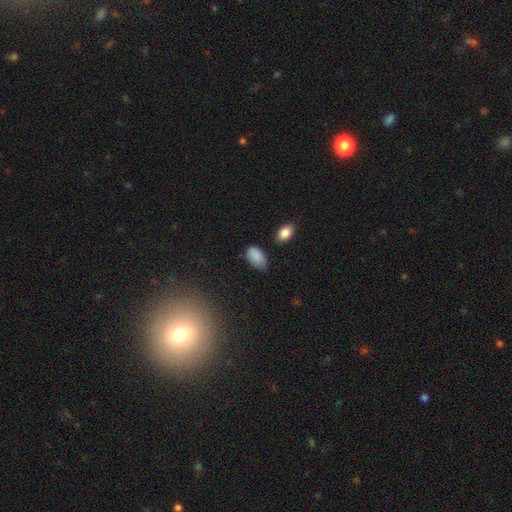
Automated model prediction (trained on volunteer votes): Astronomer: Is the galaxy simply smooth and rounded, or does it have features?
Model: smooth — 87%.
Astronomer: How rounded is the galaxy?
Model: in between — 94%.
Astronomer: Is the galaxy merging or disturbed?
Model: none — 66%.